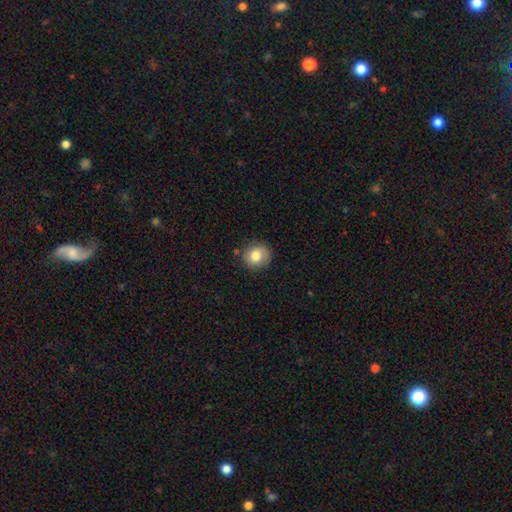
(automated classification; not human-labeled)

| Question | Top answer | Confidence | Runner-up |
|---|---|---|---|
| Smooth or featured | smooth | 80% | featured or disk (11%) |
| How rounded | round | 88% | in between (11%) |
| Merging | none | 84% | minor disturbance (11%) |